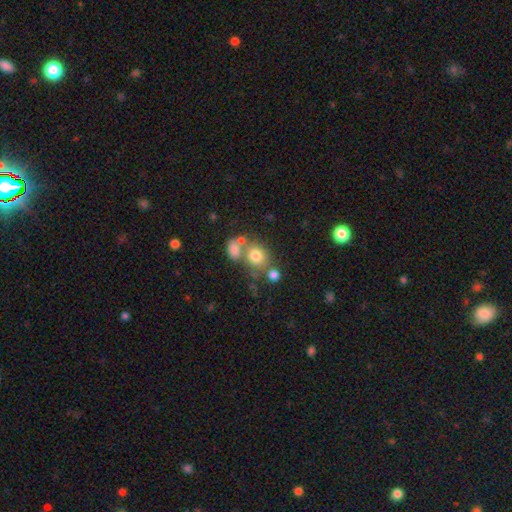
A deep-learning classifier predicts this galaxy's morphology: Smooth or featured? smooth (73%)
How rounded? round (68%)
Merging? none (50%)